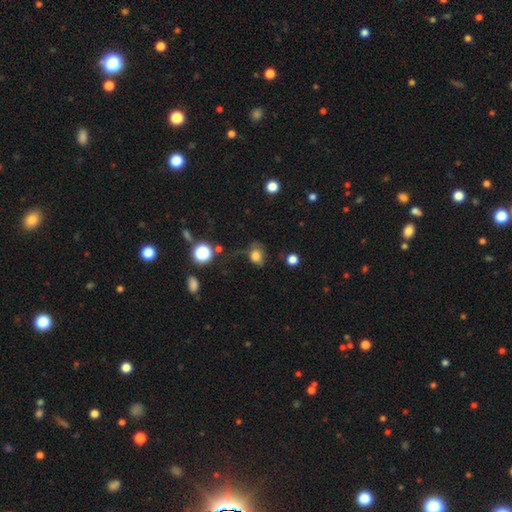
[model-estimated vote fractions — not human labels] smooth-or-featured: smooth: 74% | star or artifact: 15% | featured or disk: 11%
  how-rounded: in between: 52% | round: 46% | cigar-shaped: 1%
  merging: none: 42% | minor disturbance: 28% | major disturbance: 25% | merger: 5%